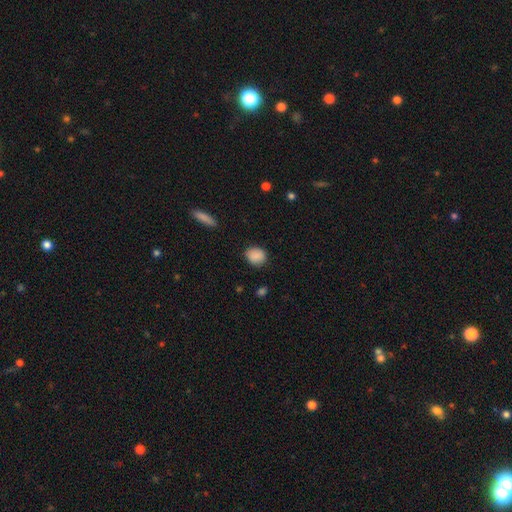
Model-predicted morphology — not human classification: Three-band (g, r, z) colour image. It shows a smooth galaxy with no disk features (89%) that is round (62%). Merging: none (85%).